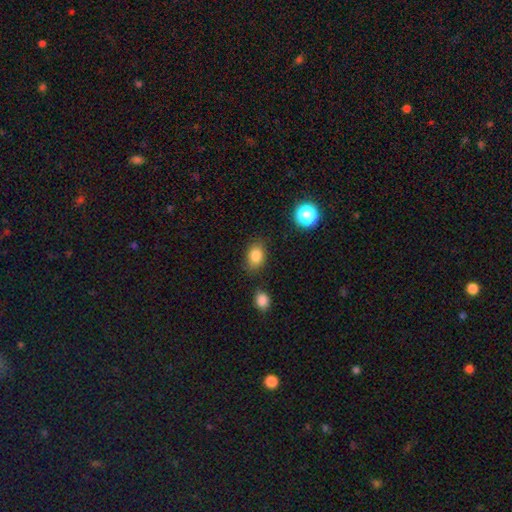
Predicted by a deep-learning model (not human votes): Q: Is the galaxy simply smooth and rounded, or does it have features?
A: smooth — 84%.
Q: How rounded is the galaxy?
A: in between — 72%.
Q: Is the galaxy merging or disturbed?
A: none — 77%.